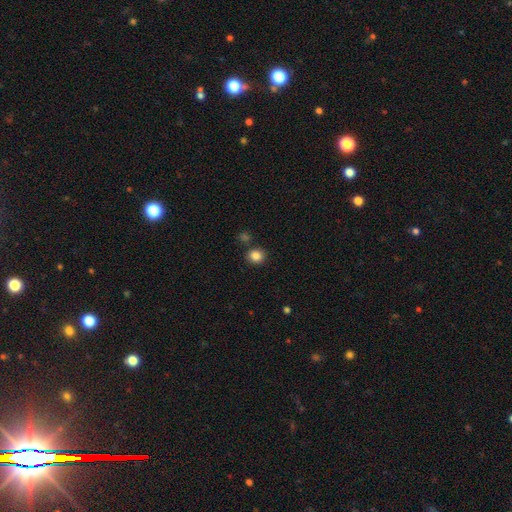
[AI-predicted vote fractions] smooth 85%, star or artifact 11%, featured or disk 4%. Down the decision tree: how rounded — round (82%); merging — none (84%).